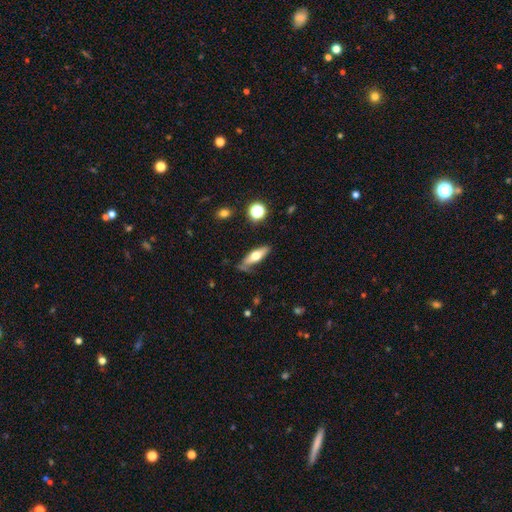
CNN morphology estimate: type=smooth (54%); roundness=cigar-shaped (52%); merging=none (70%).